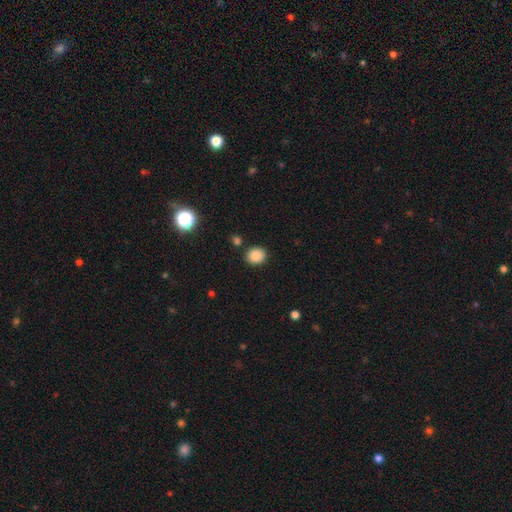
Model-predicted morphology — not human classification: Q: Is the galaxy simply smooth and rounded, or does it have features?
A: smooth — 85%.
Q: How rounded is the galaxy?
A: round — 73%.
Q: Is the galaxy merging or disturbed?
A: none — 87%.